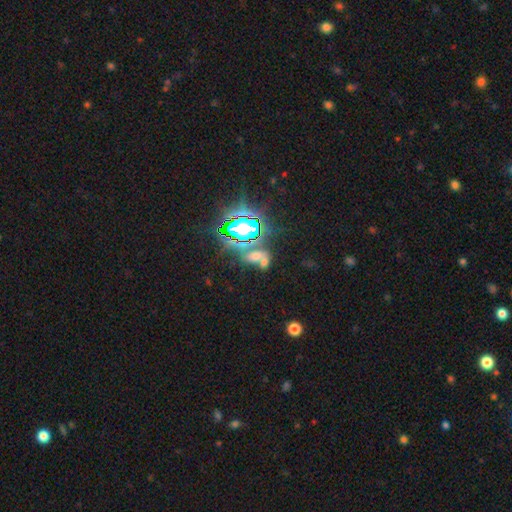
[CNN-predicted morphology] Smooth or featured? star or artifact (49%)